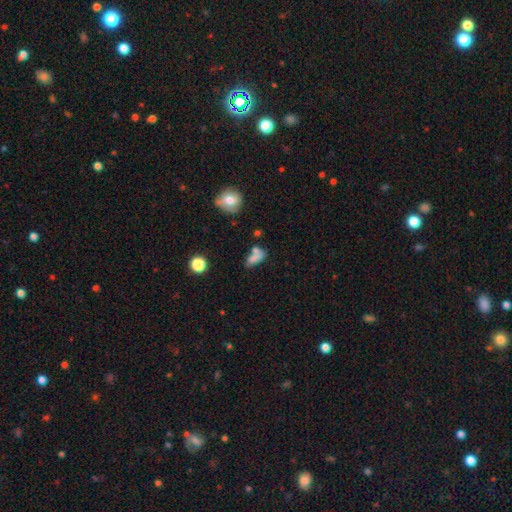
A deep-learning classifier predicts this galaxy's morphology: smooth_or_featured: smooth (p=0.69) [alt: featured or disk p=0.18]
how_rounded: in between (p=0.74) [alt: cigar-shaped p=0.13]
merging: merger (p=0.38) [alt: none p=0.32]